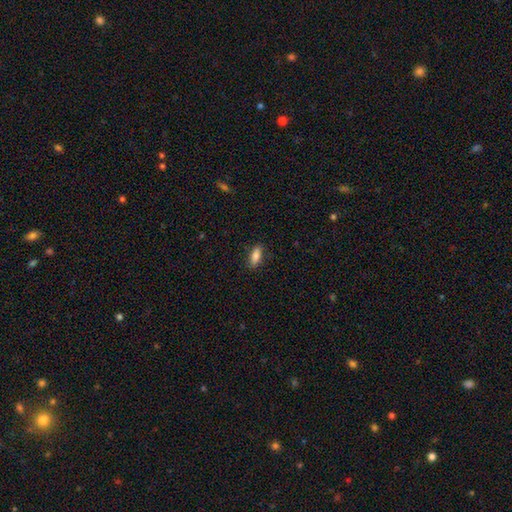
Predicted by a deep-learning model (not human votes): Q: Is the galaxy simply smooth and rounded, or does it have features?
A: smooth — 82%.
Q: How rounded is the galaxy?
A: in between — 71%.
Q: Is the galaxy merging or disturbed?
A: none — 85%.